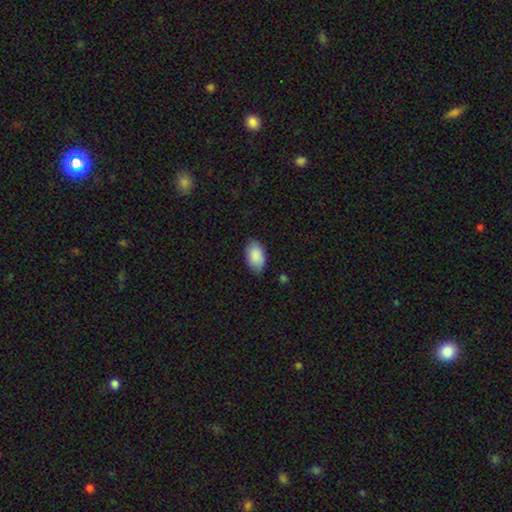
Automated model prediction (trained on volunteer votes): A smooth galaxy with no disk features (89%) that is in between round and cigar-shaped (94%).

Vote fractions:
- Smooth or featured? smooth: 89% / star or artifact: 6% / featured or disk: 5%
- How rounded? in between: 94% / round: 5% / cigar-shaped: 1%
- Merging? none: 80% / minor disturbance: 16% / major disturbance: 3% / merger: 1%